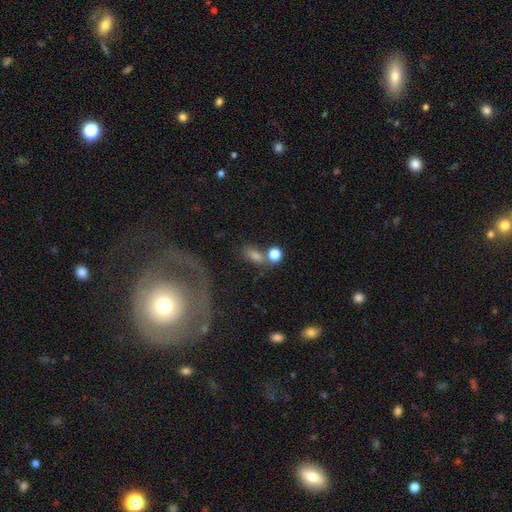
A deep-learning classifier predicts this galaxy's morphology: smooth 66%, featured or disk 18%, star or artifact 16%. Down the decision tree: how rounded — in between (70%); merging — none (57%).